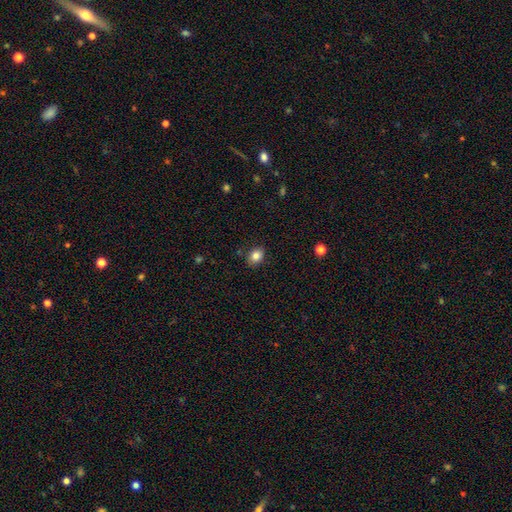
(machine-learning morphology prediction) smooth_or_featured: smooth (p=0.83) [alt: star or artifact p=0.10]
how_rounded: in between (p=0.55) [alt: round p=0.44]
merging: none (p=0.85) [alt: minor disturbance p=0.11]